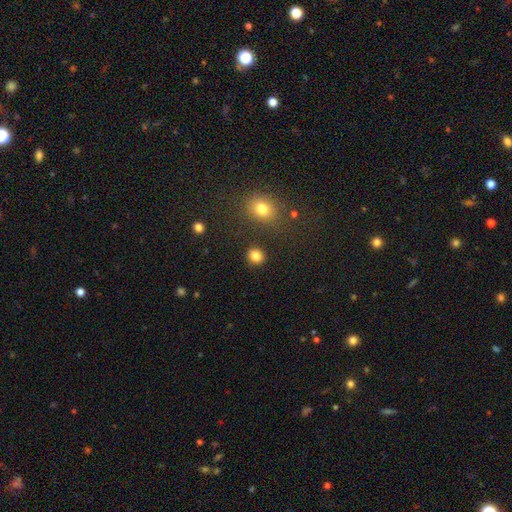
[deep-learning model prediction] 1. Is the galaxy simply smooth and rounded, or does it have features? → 84% smooth, 11% star or artifact, 4% featured or disk.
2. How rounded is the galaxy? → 79% round, 20% in between, 1% cigar-shaped.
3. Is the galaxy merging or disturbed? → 88% none, 7% minor disturbance, 3% merger, 3% major disturbance.